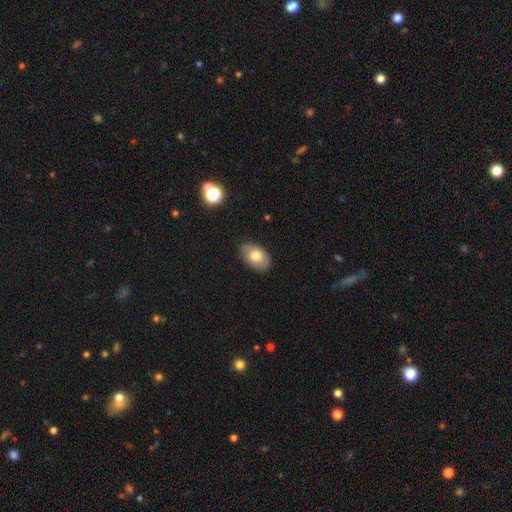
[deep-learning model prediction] Smooth or featured? smooth (70%)
How rounded? in between (90%)
Merging? none (78%)